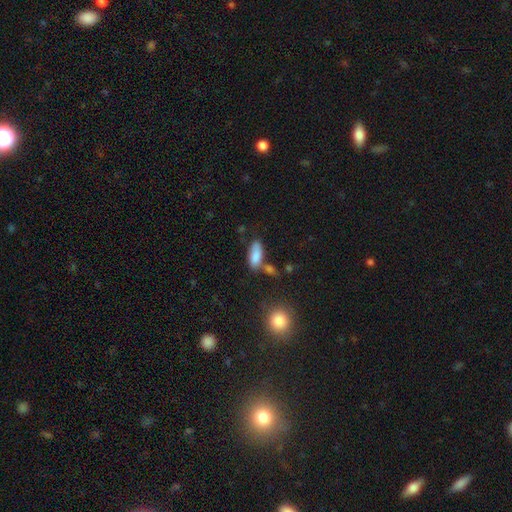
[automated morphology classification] Smooth or featured?
  - smooth: 84% *
  - featured or disk: 8%
  - star or artifact: 8%
How rounded?
  - in between: 83% *
  - cigar-shaped: 14%
  - round: 3%
Merging?
  - none: 55% *
  - minor disturbance: 20%
  - merger: 19%
  - major disturbance: 6%